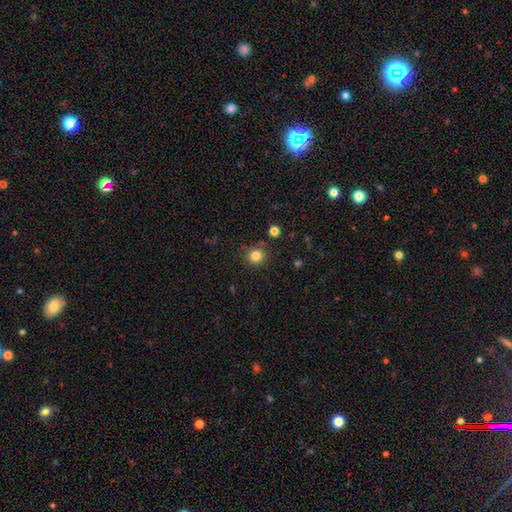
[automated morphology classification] This is clearly a smooth galaxy (83%). How rounded: clearly round (90%). Merging: clearly none (85%).